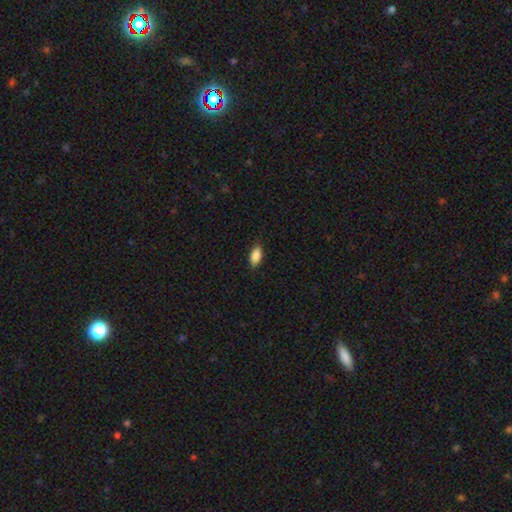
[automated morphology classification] This appears to be a smooth galaxy with no disk features (87%) that is in between round and cigar-shaped (90%). Merging: none (85%).